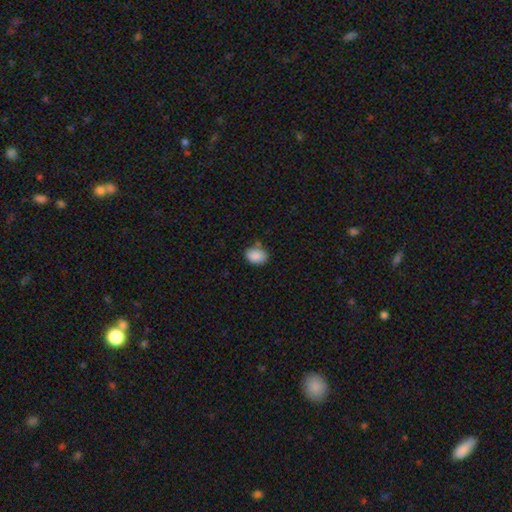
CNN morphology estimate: Smooth or featured? Predicted: smooth (p=0.88). How rounded? Predicted: in between (p=0.70). Merging? Predicted: none (p=0.69).